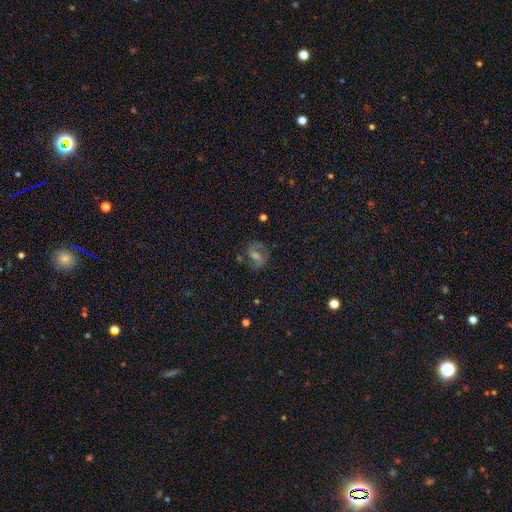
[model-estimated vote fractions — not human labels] smooth-or-featured: featured or disk: 63% | smooth: 19% | star or artifact: 18%
  disk-edge-on: no: 96% | yes: 4%
    bar: weak: 48% | strong: 28% | no: 25%
    has-spiral-arms: yes: 86% | no: 14%
      spiral-winding: medium: 52% | tight: 25% | loose: 23%
      spiral-arm-count: 2: 86% | can't tell: 8% | 1: 3% | 3: 1% | 4: 1% | more than 4: 1%
    bulge-size: moderate: 48% | small: 34% | large: 8% | none: 8% | dominant: 2%
  merging: none: 76% | minor disturbance: 14% | major disturbance: 8% | merger: 2%